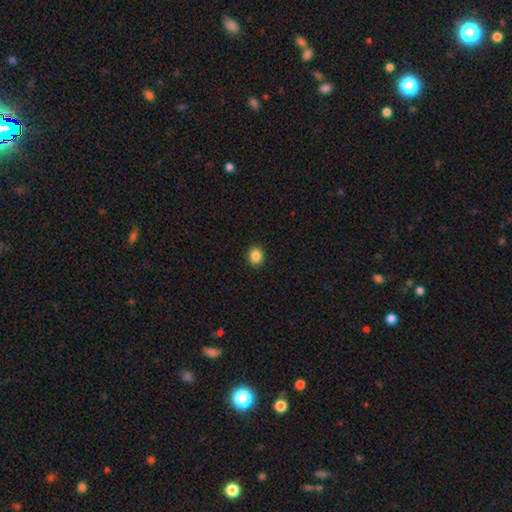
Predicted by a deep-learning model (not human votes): A smooth galaxy with no disk features (87%) that is round (69%).

Vote fractions:
- Smooth or featured? smooth: 87% / star or artifact: 10% / featured or disk: 4%
- How rounded? round: 69% / in between: 30% / cigar-shaped: 1%
- Merging? none: 91% / minor disturbance: 6% / major disturbance: 2% / merger: 1%